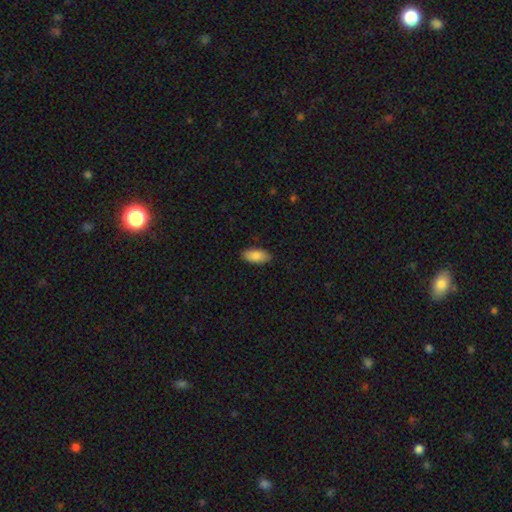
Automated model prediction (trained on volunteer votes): Q: Smooth or featured?
A: smooth (87%); runner-up: featured or disk (7%)
Q: How rounded?
A: in between (91%); runner-up: cigar-shaped (7%)
Q: Merging?
A: none (87%); runner-up: minor disturbance (10%)